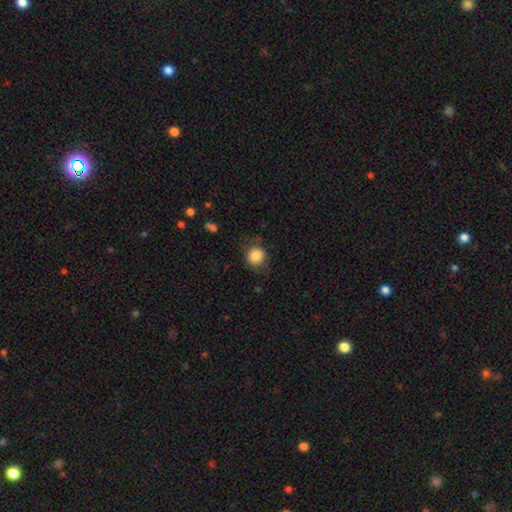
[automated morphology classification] Smooth or featured? Predicted: smooth (p=0.86). How rounded? Predicted: round (p=0.86). Merging? Predicted: none (p=0.77).